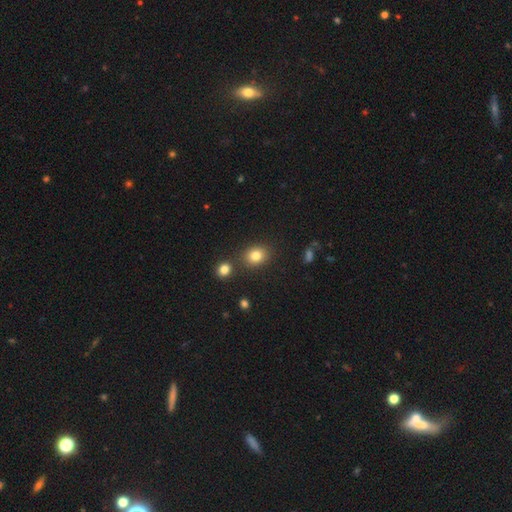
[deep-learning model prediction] Smooth or featured: smooth — 81% (star or artifact — 12%)
How rounded: round — 53% (in between — 46%)
Merging: none — 79% (minor disturbance — 9%)